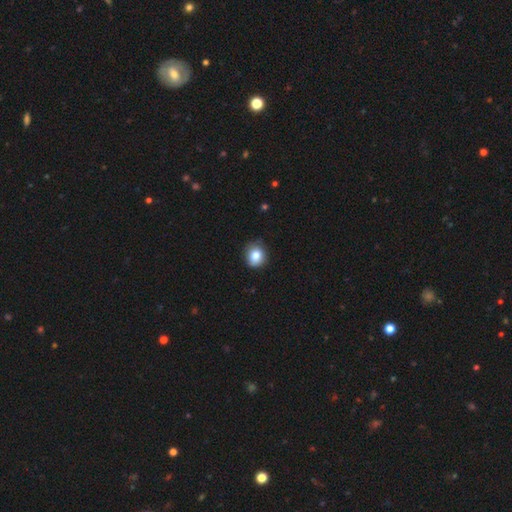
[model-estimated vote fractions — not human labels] This is clearly a smooth galaxy (83%). How rounded: likely round (75%). Merging: likely none (78%).